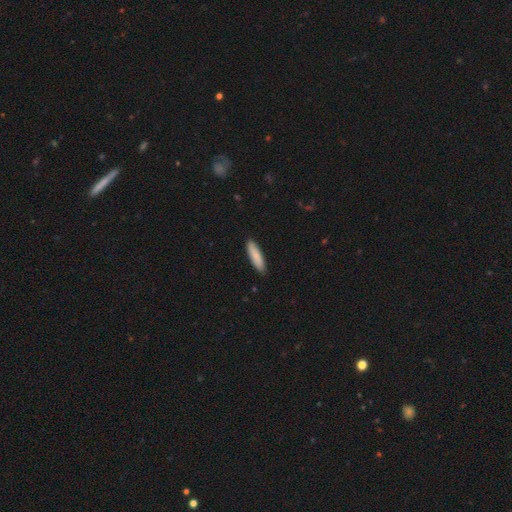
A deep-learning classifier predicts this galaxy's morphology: The model was most divided on "how rounded": cigar-shaped: 66%, in between: 33%, round: 1%. More confident: merging — none (89%); smooth or featured — smooth (83%).